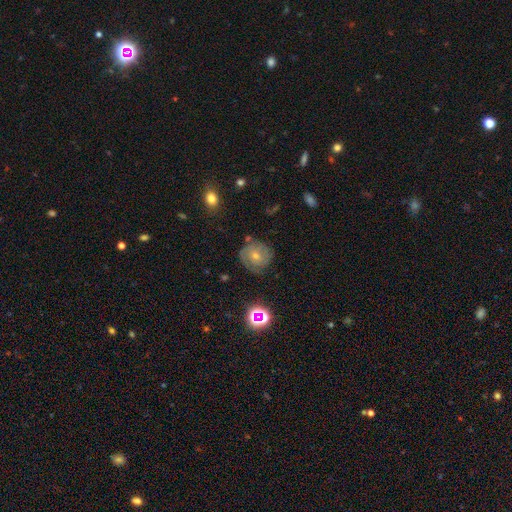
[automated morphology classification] Smooth or featured? featured or disk (56%)
Edge-on disk? no (97%)
Bar? no (68%)
Spiral arms? yes (81%)
Bulge size? small (63%)
Merging? none (69%)